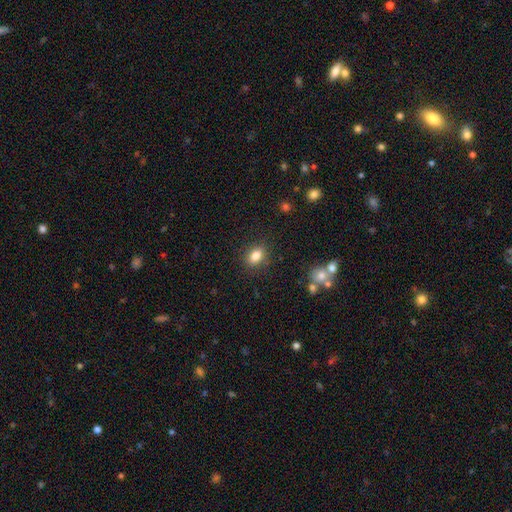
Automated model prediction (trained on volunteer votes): A smooth galaxy with no disk features (84%) that is in between round and cigar-shaped (76%). Merging: none (85%).